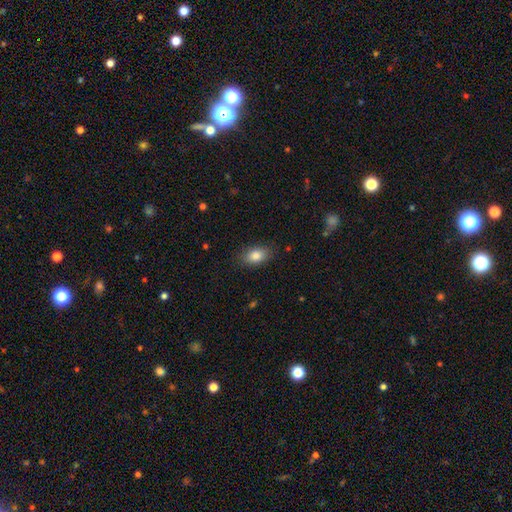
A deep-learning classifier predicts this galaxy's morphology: smooth 85%, star or artifact 8%, featured or disk 7%. Down the decision tree: how rounded — in between (88%); merging — none (85%).